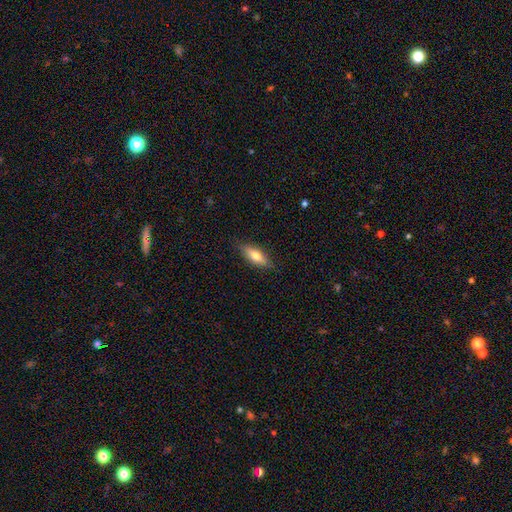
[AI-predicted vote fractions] Smooth or featured: smooth — 67% (featured or disk — 27%)
How rounded: in between — 60% (cigar-shaped — 37%)
Merging: none — 84% (minor disturbance — 13%)